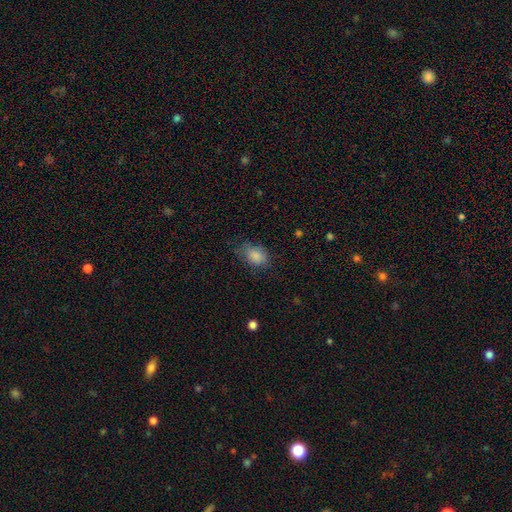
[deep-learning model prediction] Smooth or featured? smooth (84%)
How rounded? in between (76%)
Merging? none (62%)